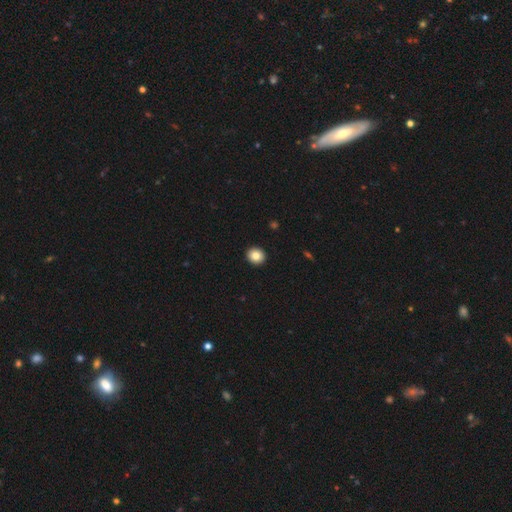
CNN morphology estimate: Smooth or featured? smooth (84%)
How rounded? round (82%)
Merging? none (93%)